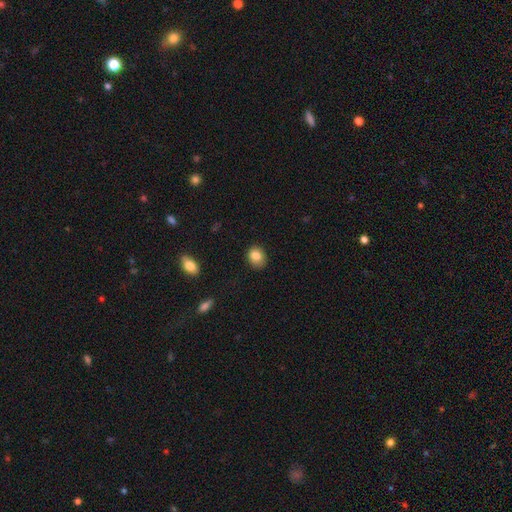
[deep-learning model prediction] This appears to be a smooth galaxy with no disk features (83%) that is round (54%). Merging: none (83%).